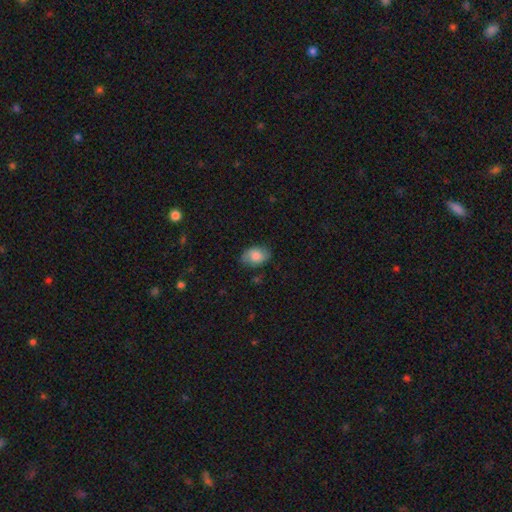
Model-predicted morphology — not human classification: Smooth or featured? smooth (80%)
How rounded? in between (84%)
Merging? none (77%)